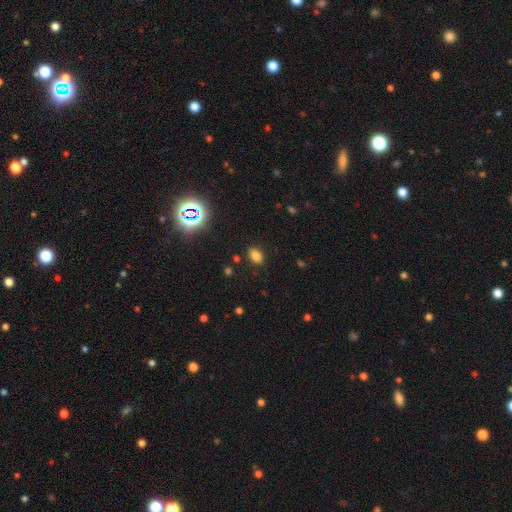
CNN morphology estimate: Smooth or featured: smooth — 78% (star or artifact — 17%)
How rounded: in between — 86% (round — 12%)
Merging: none — 86% (minor disturbance — 9%)